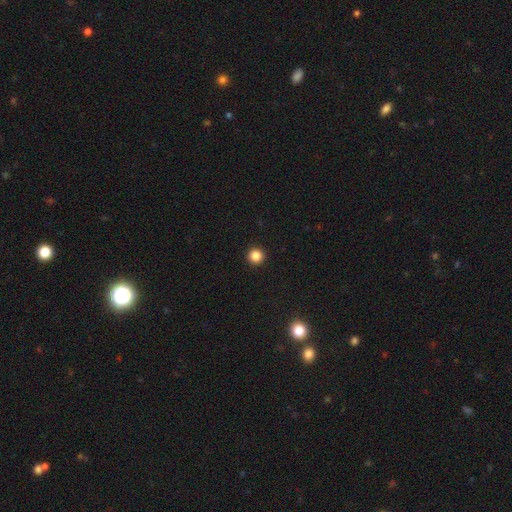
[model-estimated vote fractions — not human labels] This appears to be a smooth galaxy with no disk features (85%) that is round (96%). Merging: none (94%).